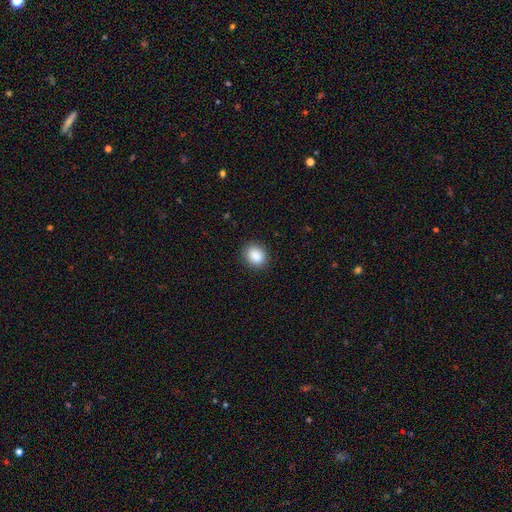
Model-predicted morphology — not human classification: smooth_or_featured: smooth (p=0.88) [alt: star or artifact p=0.08]
how_rounded: round (p=0.58) [alt: in between p=0.41]
merging: none (p=0.89) [alt: minor disturbance p=0.08]